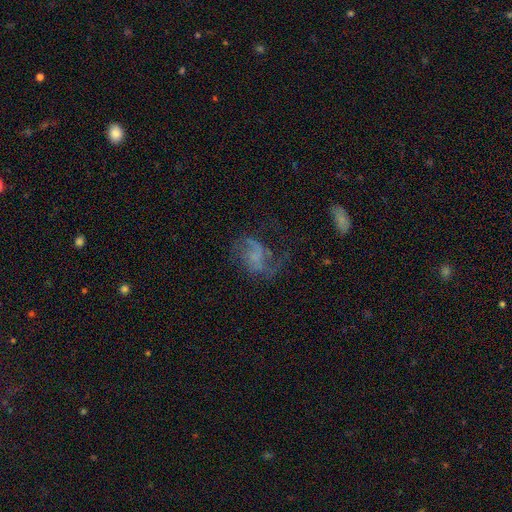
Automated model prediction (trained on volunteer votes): featured or disk 64%, smooth 22%, star or artifact 15%. Down the decision tree: edge-on disk — no (98%); bar — no (66%); spiral arms — yes (75%); bulge size — none (65%); merging — major disturbance (40%).